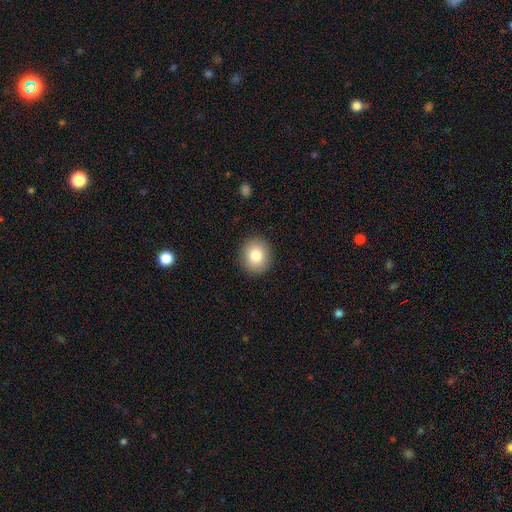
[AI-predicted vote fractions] Smooth or featured? smooth (82%)
How rounded? round (77%)
Merging? none (91%)